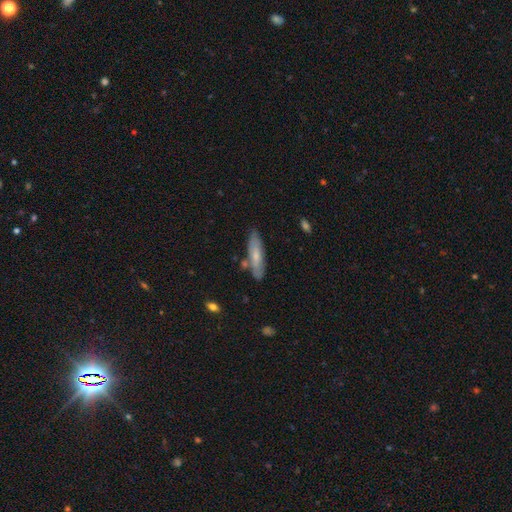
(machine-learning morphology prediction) Smooth or featured? Predicted: smooth (p=0.60). How rounded? Predicted: cigar-shaped (p=0.66). Merging? Predicted: none (p=0.76).